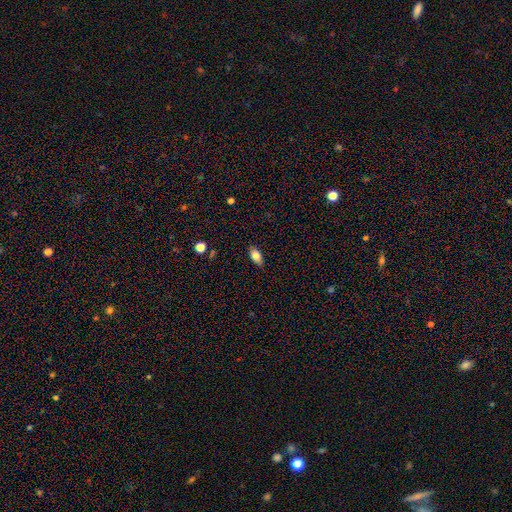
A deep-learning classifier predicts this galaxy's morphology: smooth-or-featured: smooth: 79% | featured or disk: 13% | star or artifact: 8%
  how-rounded: in between: 87% | cigar-shaped: 8% | round: 5%
  merging: none: 86% | minor disturbance: 11% | major disturbance: 2% | merger: 1%